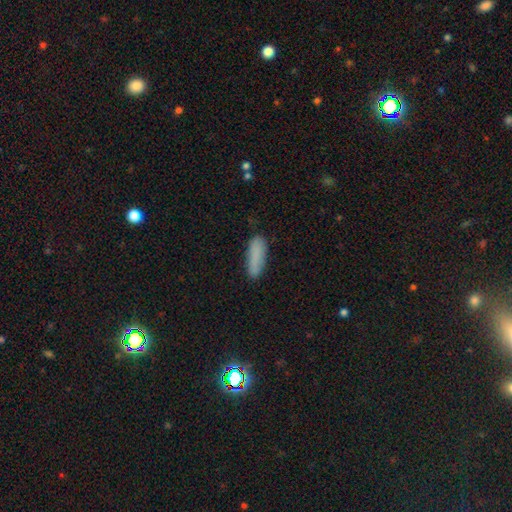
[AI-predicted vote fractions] Smooth or featured? smooth (85%)
How rounded? cigar-shaped (56%)
Merging? none (80%)